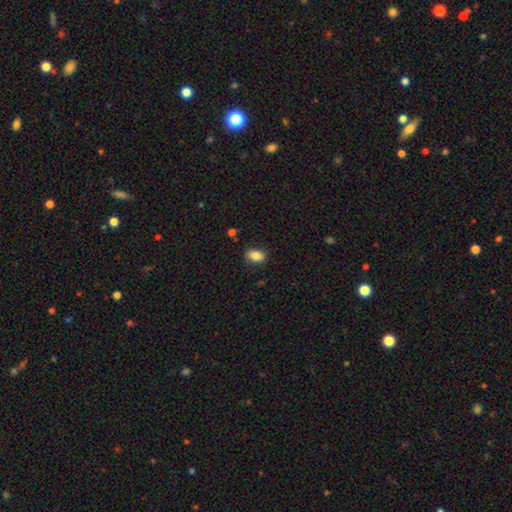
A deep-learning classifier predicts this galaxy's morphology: Smooth or featured: smooth — 86% (star or artifact — 8%)
How rounded: in between — 85% (round — 13%)
Merging: none — 83% (minor disturbance — 13%)